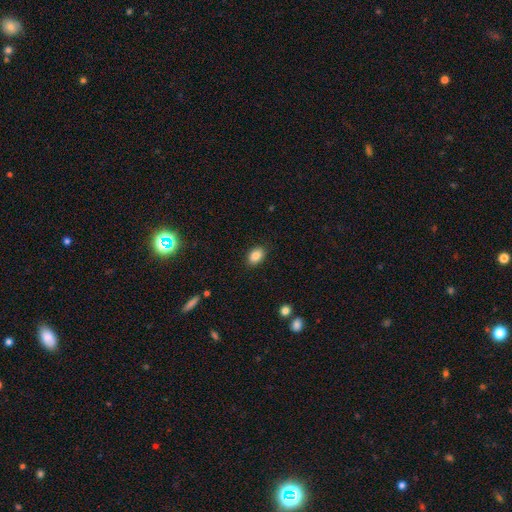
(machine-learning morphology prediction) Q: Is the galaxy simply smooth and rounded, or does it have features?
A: smooth — 86%.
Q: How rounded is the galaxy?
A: in between — 80%.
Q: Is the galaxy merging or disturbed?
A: none — 88%.